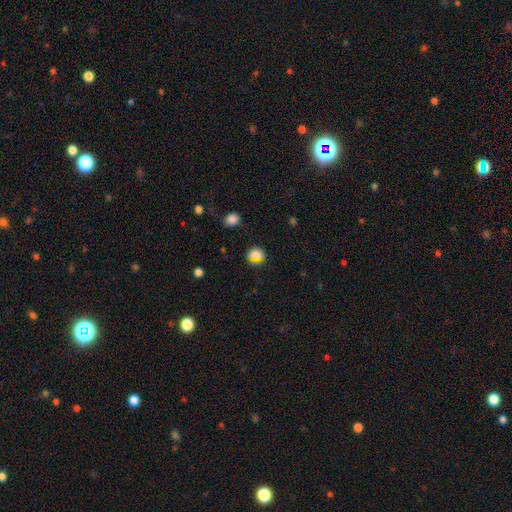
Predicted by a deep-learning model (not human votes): smooth_or_featured: smooth (p=0.73) [alt: star or artifact p=0.18]
how_rounded: round (p=0.66) [alt: in between p=0.33]
merging: none (p=0.71) [alt: minor disturbance p=0.18]